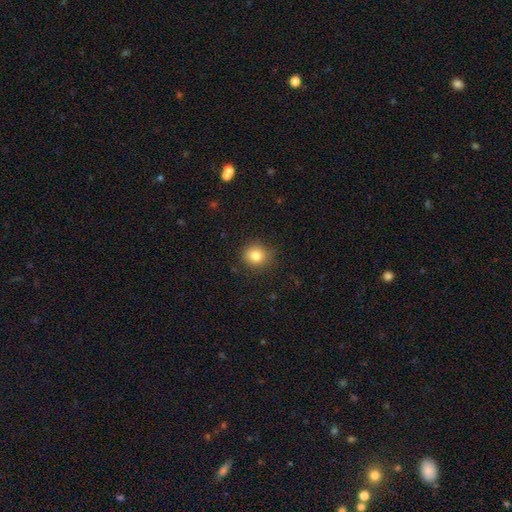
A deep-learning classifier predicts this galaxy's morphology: smooth_or_featured: smooth (p=0.82) [alt: star or artifact p=0.11]
how_rounded: round (p=0.85) [alt: in between p=0.14]
merging: none (p=0.85) [alt: minor disturbance p=0.11]